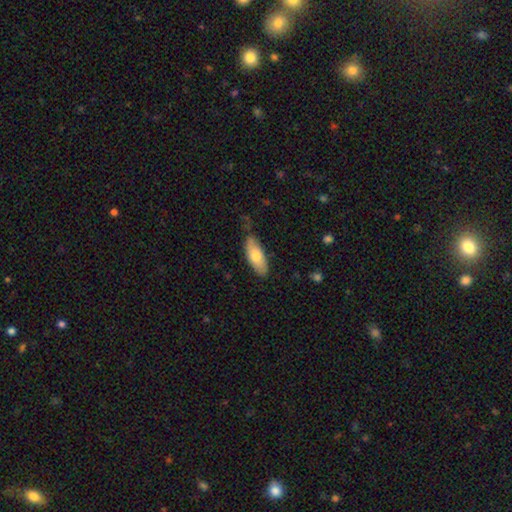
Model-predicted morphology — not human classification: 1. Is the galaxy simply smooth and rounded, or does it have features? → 75% smooth, 20% featured or disk, 6% star or artifact.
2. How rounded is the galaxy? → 78% in between, 20% cigar-shaped, 2% round.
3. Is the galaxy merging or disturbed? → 68% none, 25% minor disturbance, 5% major disturbance, 2% merger.